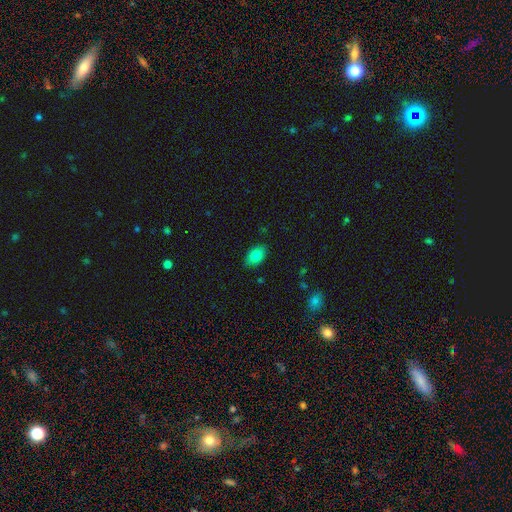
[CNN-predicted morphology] smooth-or-featured: smooth: 82% | featured or disk: 9% | star or artifact: 8%
  how-rounded: in between: 88% | round: 11% | cigar-shaped: 2%
  merging: none: 85% | minor disturbance: 12% | major disturbance: 2% | merger: 1%